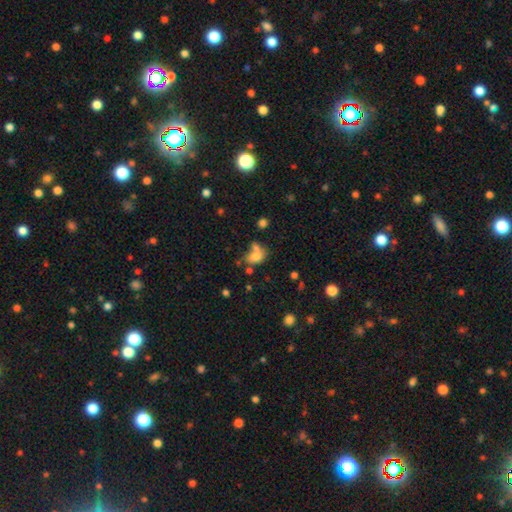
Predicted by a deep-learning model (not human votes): A smooth galaxy with no disk features (72%) that is in between round and cigar-shaped (79%).

Vote fractions:
- Smooth or featured? smooth: 72% / featured or disk: 15% / star or artifact: 13%
- How rounded? in between: 79% / round: 18% / cigar-shaped: 2%
- Merging? merger: 41% / none: 32% / minor disturbance: 16% / major disturbance: 11%